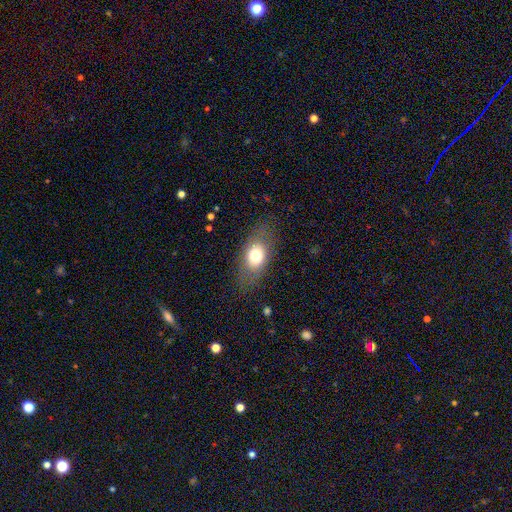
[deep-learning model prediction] Smooth or featured: smooth — 70% (featured or disk — 22%)
How rounded: in between — 80% (round — 15%)
Merging: none — 78% (minor disturbance — 14%)